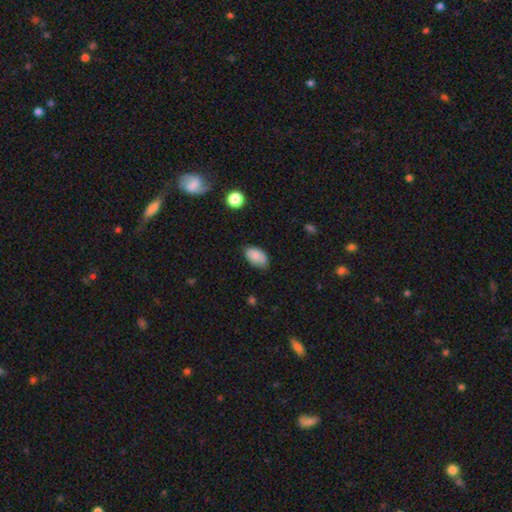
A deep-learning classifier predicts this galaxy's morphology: This appears to be a smooth galaxy with no disk features (81%) that is in between round and cigar-shaped (93%). Merging: none (70%).